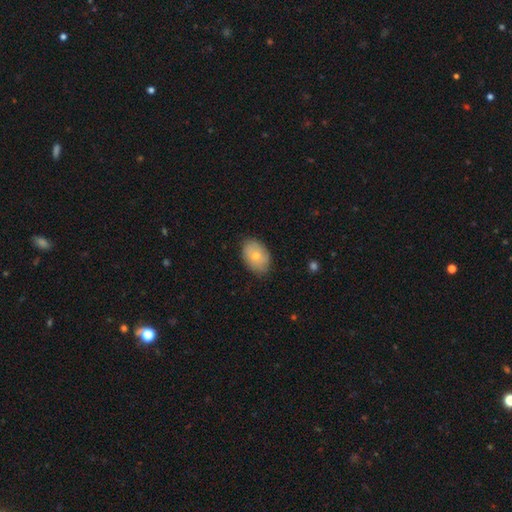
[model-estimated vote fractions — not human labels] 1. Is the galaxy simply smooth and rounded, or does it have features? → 76% smooth, 18% featured or disk, 7% star or artifact.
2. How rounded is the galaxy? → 84% in between, 15% round, 1% cigar-shaped.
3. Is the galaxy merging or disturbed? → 84% none, 13% minor disturbance, 2% major disturbance, 1% merger.